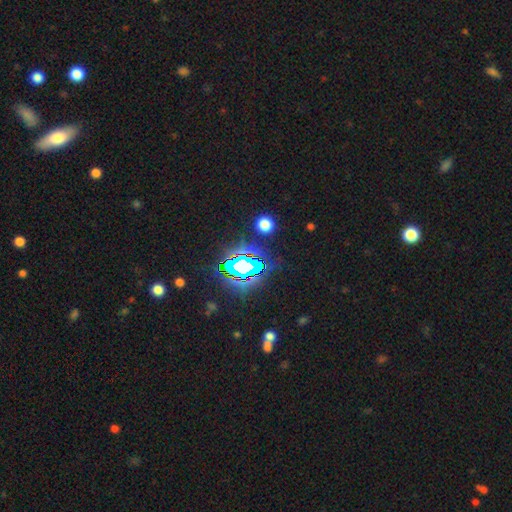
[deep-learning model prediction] Smooth or featured? star or artifact (82%)